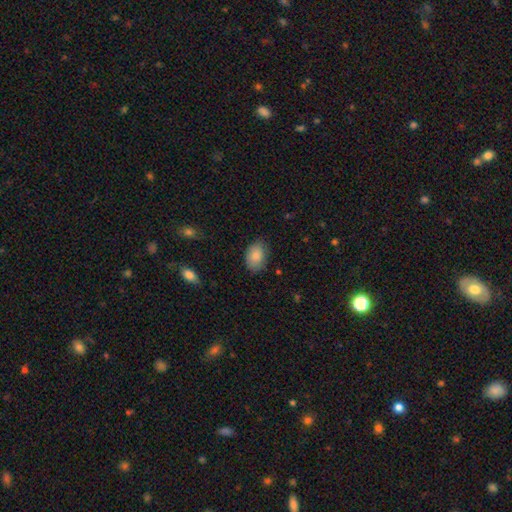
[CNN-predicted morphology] Smooth or featured? smooth (86%)
How rounded? in between (85%)
Merging? none (75%)